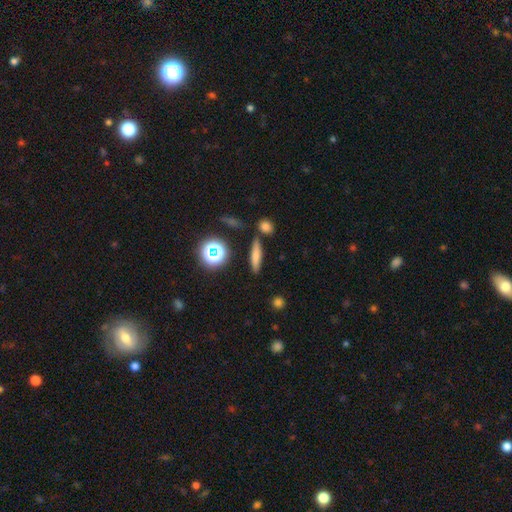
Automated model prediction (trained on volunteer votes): Smooth or featured?
  - smooth: 69% *
  - featured or disk: 18%
  - star or artifact: 13%
How rounded?
  - cigar-shaped: 72% *
  - in between: 19%
  - round: 8%
Merging?
  - none: 82% *
  - minor disturbance: 9%
  - merger: 6%
  - major disturbance: 3%